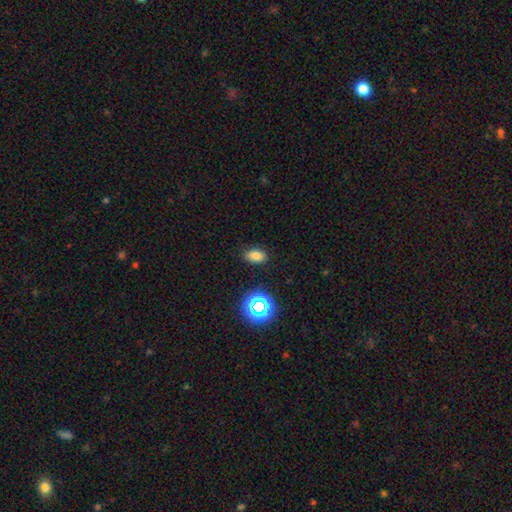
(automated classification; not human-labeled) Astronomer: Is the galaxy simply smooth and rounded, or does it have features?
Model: smooth — 78%.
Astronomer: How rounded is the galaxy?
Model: in between — 86%.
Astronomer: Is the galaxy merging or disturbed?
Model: none — 87%.